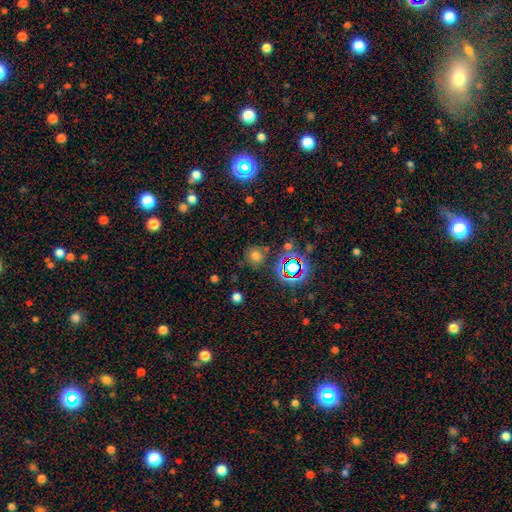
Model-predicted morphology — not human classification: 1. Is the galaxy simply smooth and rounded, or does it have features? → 65% smooth, 27% star or artifact, 8% featured or disk.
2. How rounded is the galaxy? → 89% round, 10% in between, 1% cigar-shaped.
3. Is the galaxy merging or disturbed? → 79% none, 12% minor disturbance, 5% merger, 4% major disturbance.